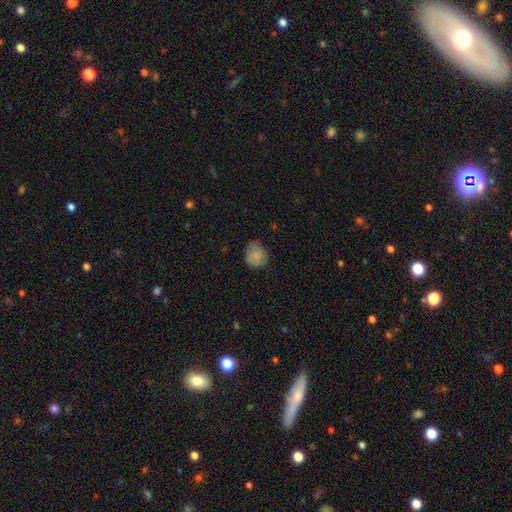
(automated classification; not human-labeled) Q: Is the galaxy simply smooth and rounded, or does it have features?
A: smooth — 81%.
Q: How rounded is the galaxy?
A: round — 76%.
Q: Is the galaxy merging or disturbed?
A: none — 69%.